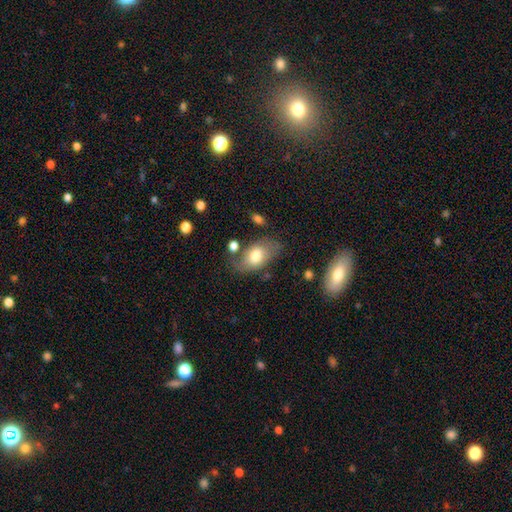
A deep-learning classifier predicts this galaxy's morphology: A smooth galaxy with no disk features (70%) that is in between round and cigar-shaped (91%). Merging: none (61%).